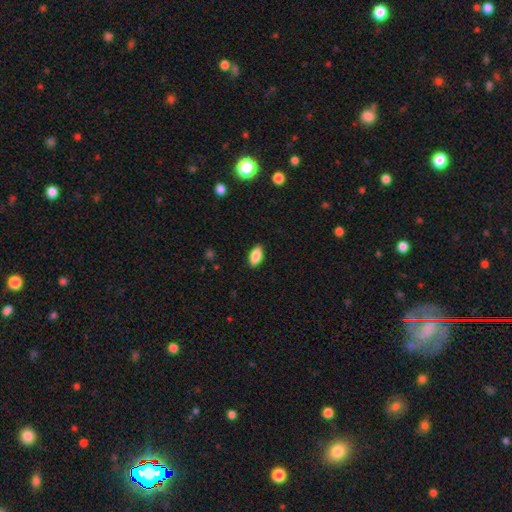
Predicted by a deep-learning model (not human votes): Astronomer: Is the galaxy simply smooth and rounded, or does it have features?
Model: smooth — 86%.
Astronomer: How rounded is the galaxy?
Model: in between — 91%.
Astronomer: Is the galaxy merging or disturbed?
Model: none — 88%.